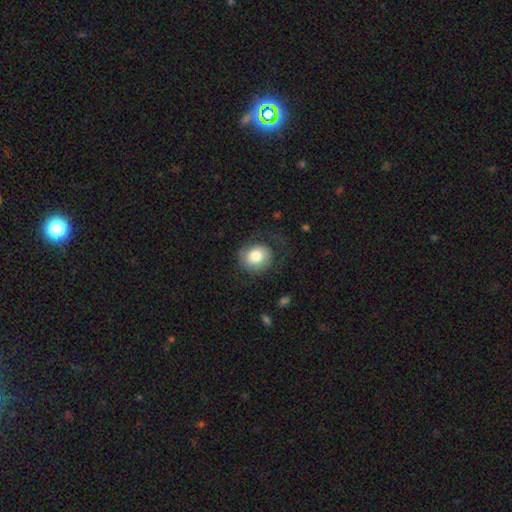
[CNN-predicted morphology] Smooth or featured?
  - smooth: 72% *
  - featured or disk: 21%
  - star or artifact: 7%
How rounded?
  - round: 75% *
  - in between: 24%
  - cigar-shaped: 1%
Merging?
  - none: 58% *
  - major disturbance: 21%
  - minor disturbance: 19%
  - merger: 1%